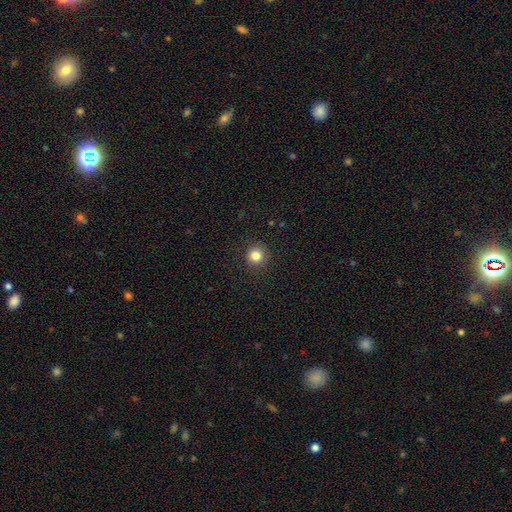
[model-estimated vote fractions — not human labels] This appears to be a smooth galaxy with no disk features (83%) that is round (93%). Merging: none (91%).